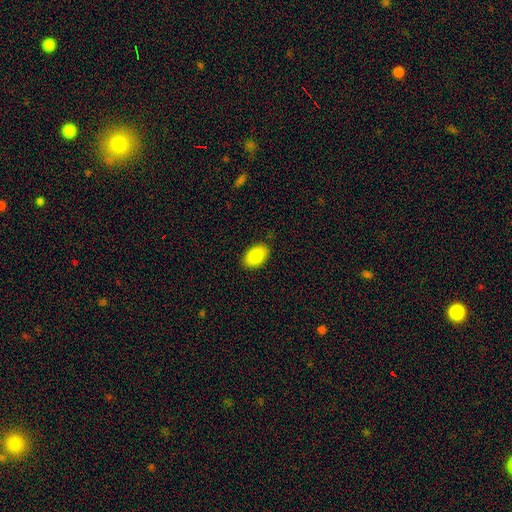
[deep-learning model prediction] A smooth galaxy with no disk features (85%) that is in between round and cigar-shaped (90%). Merging: none (88%).